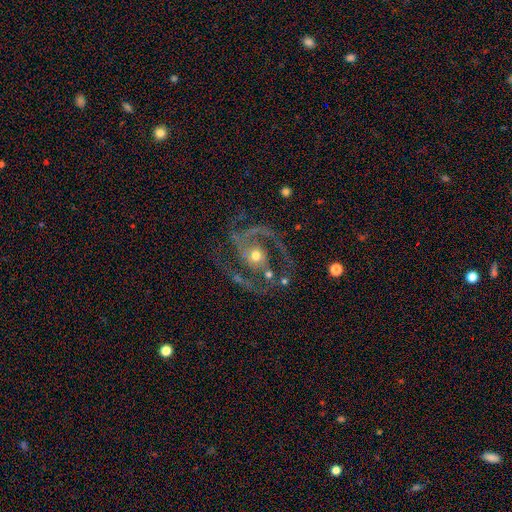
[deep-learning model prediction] Smooth or featured? Predicted: featured or disk (p=0.89). Edge-on disk? Predicted: no (p=0.98). Bar? Predicted: no (p=0.64). Spiral arms? Predicted: yes (p=0.95). Spiral winding? Predicted: medium (p=0.56). Spiral arm count? Predicted: 2 (p=0.73). Bulge size? Predicted: moderate (p=0.61). Merging? Predicted: none (p=0.60).